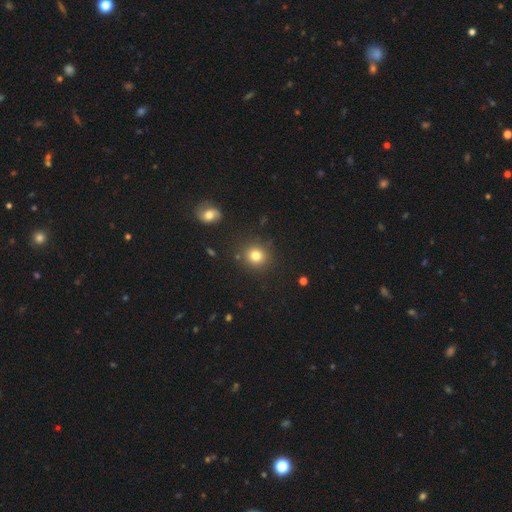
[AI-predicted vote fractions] A smooth galaxy with no disk features (81%) that is round (88%). Merging: none (87%).